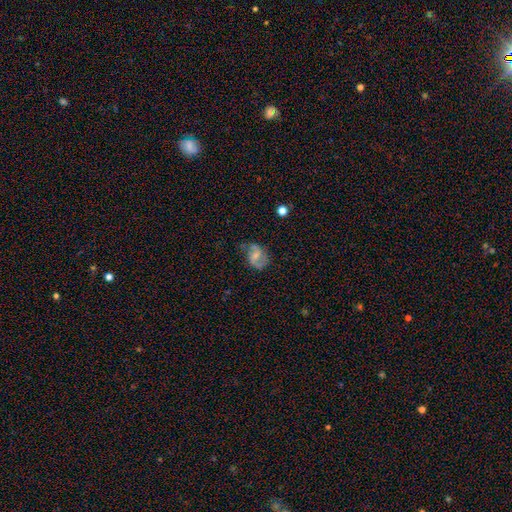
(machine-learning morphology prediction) Smooth or featured? featured or disk (80%)
Edge-on disk? no (98%)
Bar? weak (53%)
Spiral arms? yes (94%)
Spiral winding? medium (46%)
Spiral arm count? 2 (90%)
Bulge size? small (43%)
Merging? none (69%)